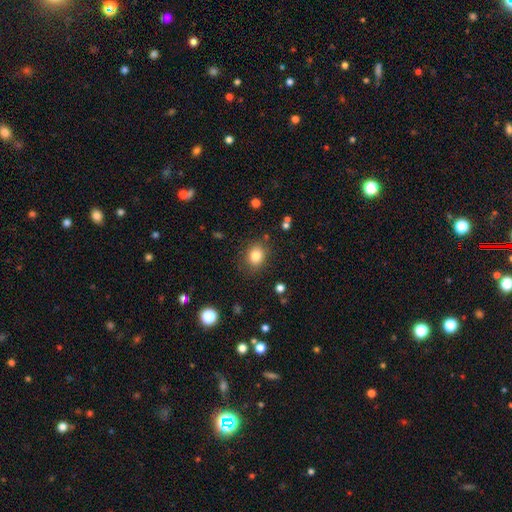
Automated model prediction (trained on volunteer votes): Smooth or featured?
  - smooth: 82% *
  - star or artifact: 11%
  - featured or disk: 7%
How rounded?
  - round: 61% *
  - in between: 39%
  - cigar-shaped: 1%
Merging?
  - none: 83% *
  - minor disturbance: 12%
  - major disturbance: 4%
  - merger: 2%